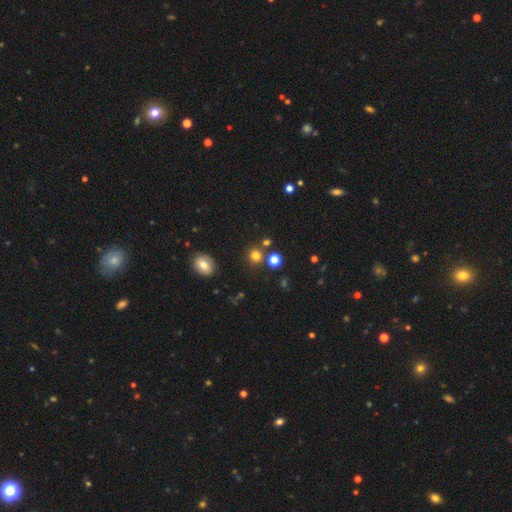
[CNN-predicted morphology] This appears to be a smooth galaxy with no disk features (77%) that is round (88%). Merging: none (79%).